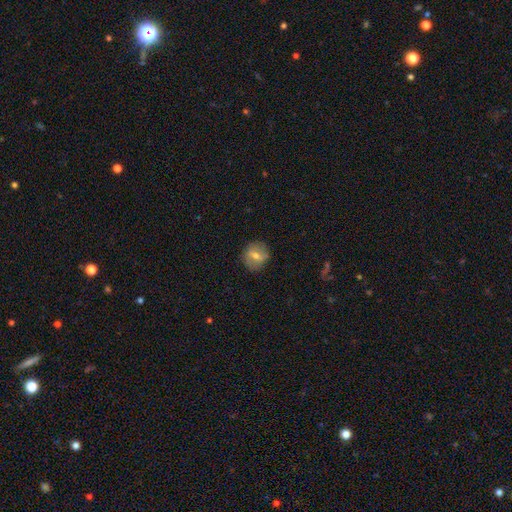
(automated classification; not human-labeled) Morphology: type=smooth (55%); roundness=round (80%); merging=none (85%).